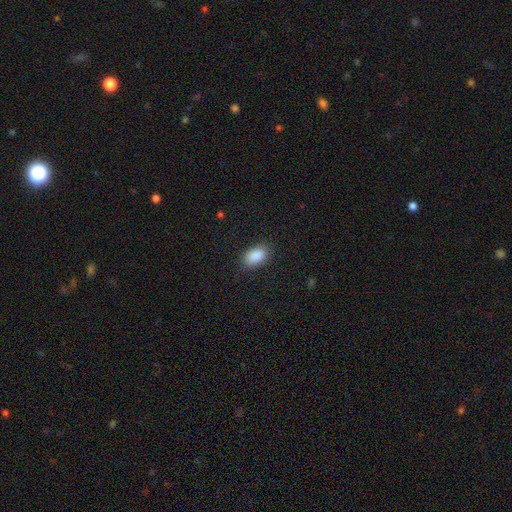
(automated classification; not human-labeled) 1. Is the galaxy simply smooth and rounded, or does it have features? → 89% smooth, 7% star or artifact, 4% featured or disk.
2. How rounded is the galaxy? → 90% in between, 9% round, 2% cigar-shaped.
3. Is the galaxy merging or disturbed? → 84% none, 12% minor disturbance, 3% major disturbance, 1% merger.